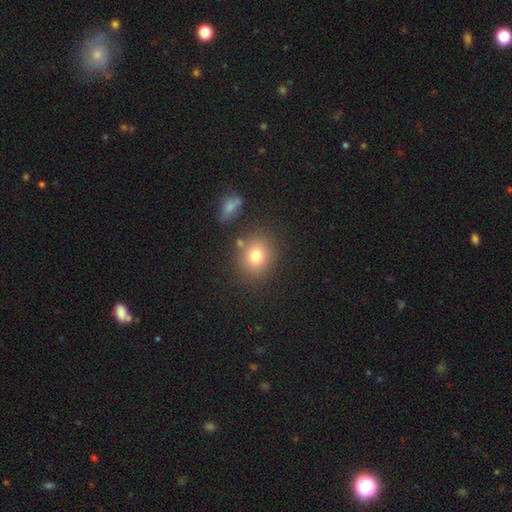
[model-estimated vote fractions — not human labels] smooth 77%, star or artifact 12%, featured or disk 11%. Down the decision tree: how rounded — round (69%); merging — none (77%).